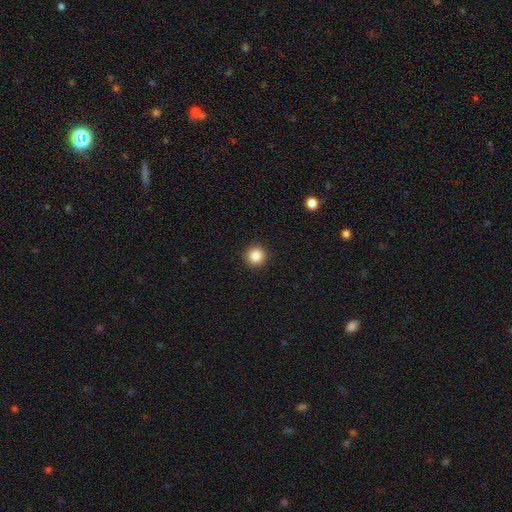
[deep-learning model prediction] Smooth or featured? Predicted: smooth (p=0.86). How rounded? Predicted: round (p=0.94). Merging? Predicted: none (p=0.92).